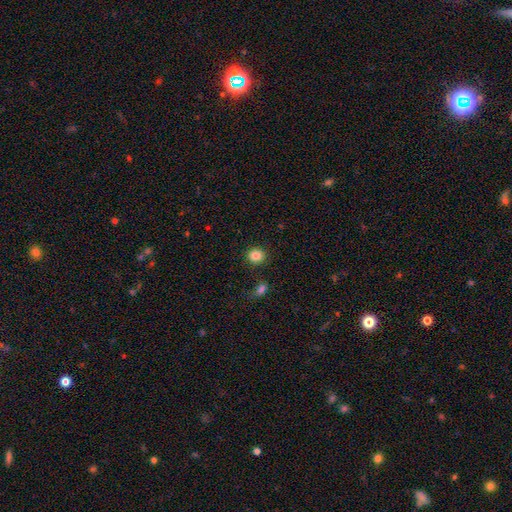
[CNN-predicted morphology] Smooth or featured? Predicted: smooth (p=0.85). How rounded? Predicted: round (p=0.84). Merging? Predicted: none (p=0.88).